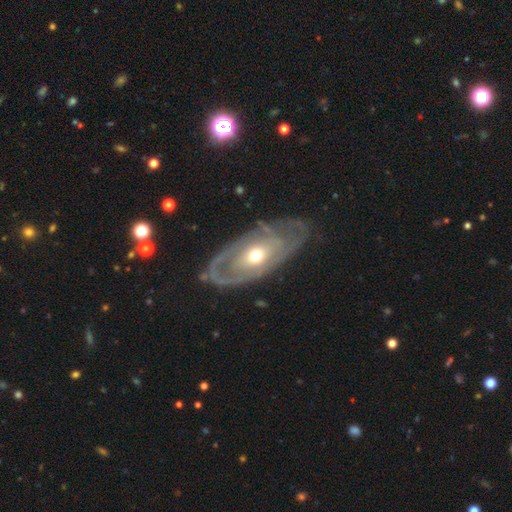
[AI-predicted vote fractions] Overall: featured or disk (79%). Edge-on disk: no (91%). Bar: no (79%). Spiral arms: yes (69%; no 31%). Bulge size: moderate (63%; small 30%). Merging: none (66%).